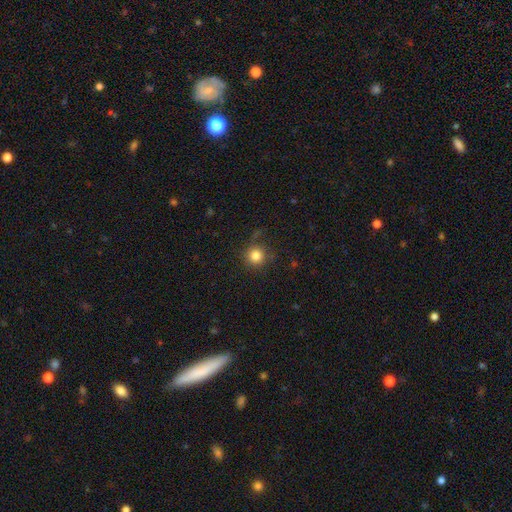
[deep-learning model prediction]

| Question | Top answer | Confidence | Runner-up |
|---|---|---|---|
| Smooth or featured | smooth | 82% | star or artifact (13%) |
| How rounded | round | 94% | in between (5%) |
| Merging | none | 81% | minor disturbance (13%) |